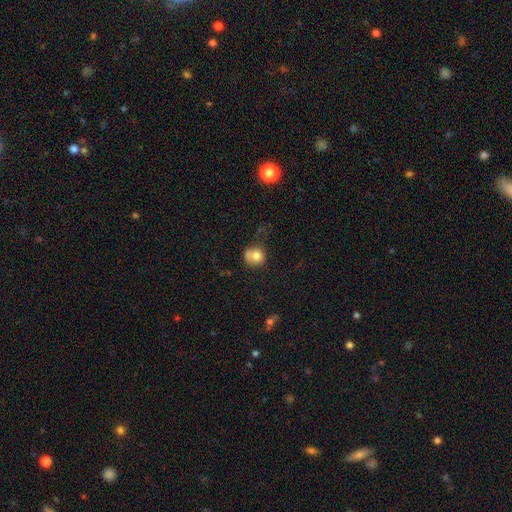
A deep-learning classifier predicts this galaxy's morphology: A smooth galaxy with no disk features (77%) that is round (79%). Merging: none (42%).